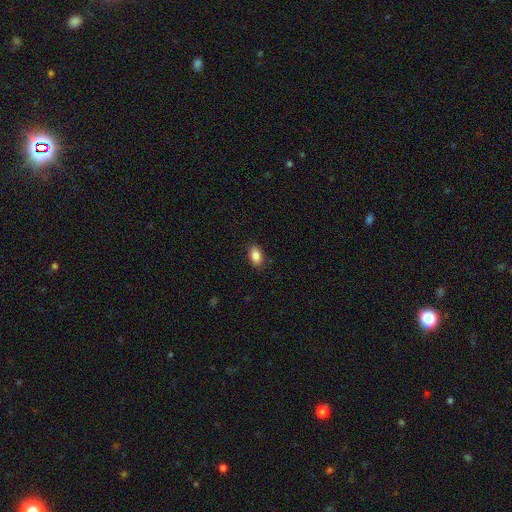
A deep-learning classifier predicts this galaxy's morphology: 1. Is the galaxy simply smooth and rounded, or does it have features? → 87% smooth, 8% star or artifact, 5% featured or disk.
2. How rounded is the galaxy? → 91% in between, 7% round, 2% cigar-shaped.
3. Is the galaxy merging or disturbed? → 88% none, 9% minor disturbance, 2% major disturbance, 1% merger.